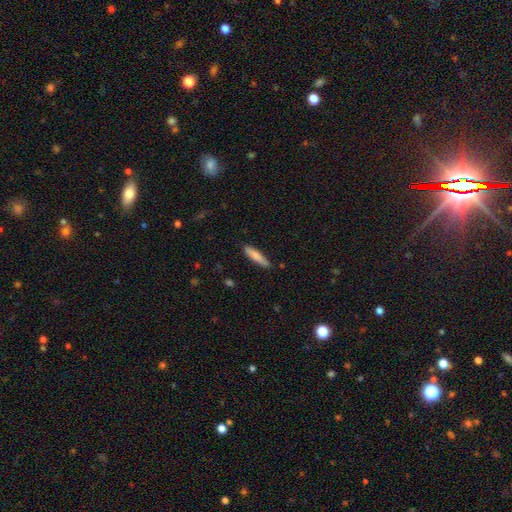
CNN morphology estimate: Smooth or featured? smooth (80%)
How rounded? cigar-shaped (81%)
Merging? none (81%)